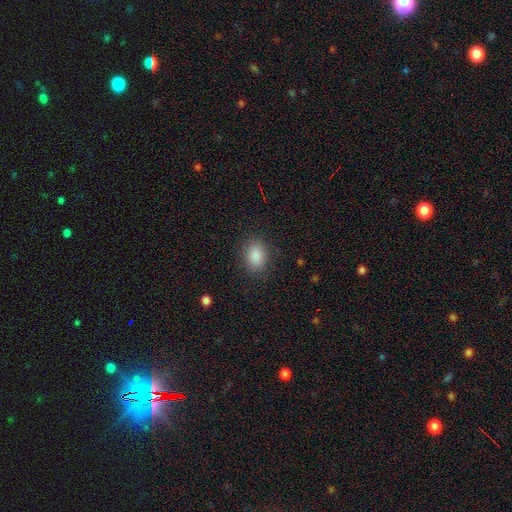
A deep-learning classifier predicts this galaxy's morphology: type=smooth (88%); roundness=in between (72%); merging=none (85%).